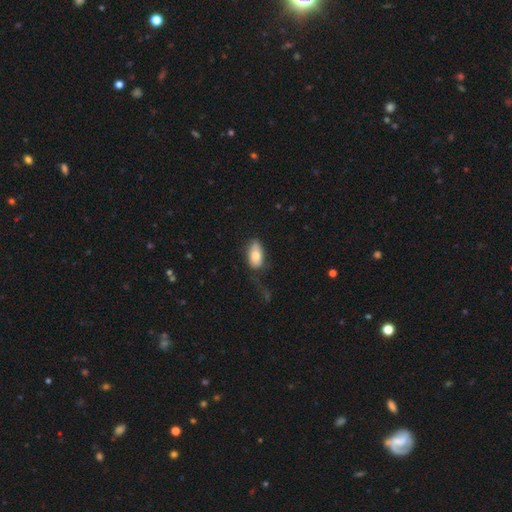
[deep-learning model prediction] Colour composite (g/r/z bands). It shows a smooth galaxy with no disk features (78%) that is in between round and cigar-shaped (92%). Merging: none (51%).